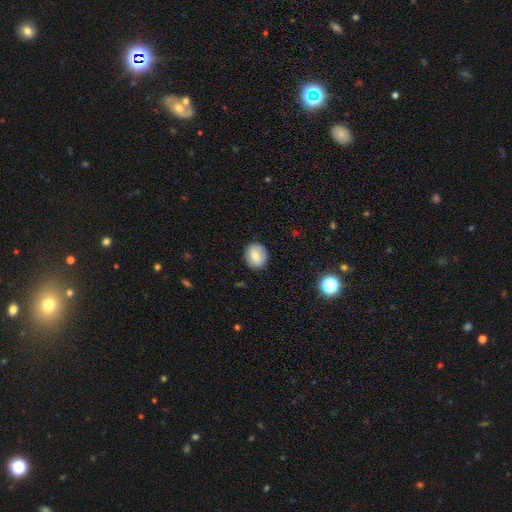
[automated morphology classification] smooth-or-featured: smooth: 82% | featured or disk: 10% | star or artifact: 8%
  how-rounded: round: 66% | in between: 33% | cigar-shaped: 1%
  merging: none: 89% | minor disturbance: 8% | major disturbance: 2% | merger: 1%